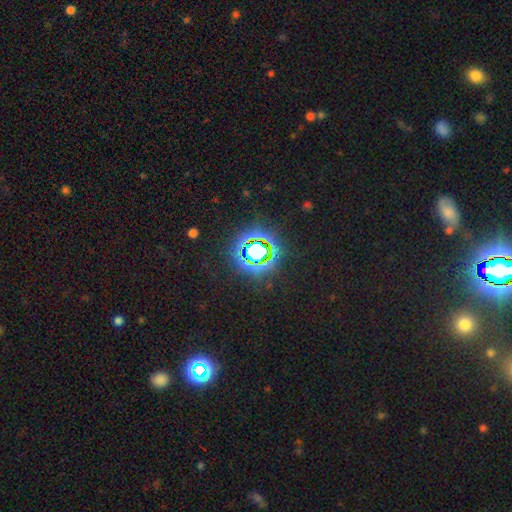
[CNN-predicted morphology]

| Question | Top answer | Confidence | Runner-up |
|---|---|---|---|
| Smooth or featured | star or artifact | 72% | smooth (18%) |